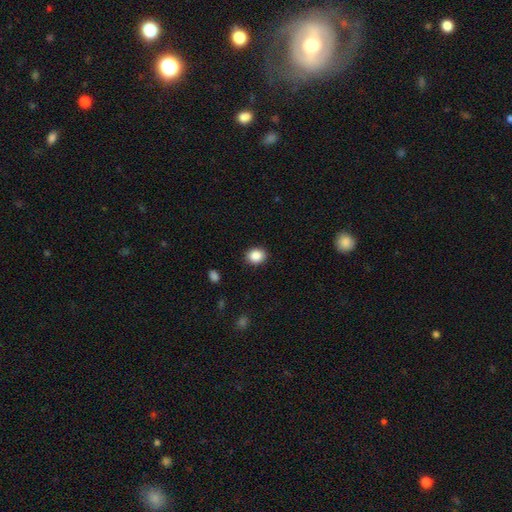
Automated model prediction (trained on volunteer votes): A smooth galaxy with no disk features (88%) that is round (64%). Merging: none (90%).